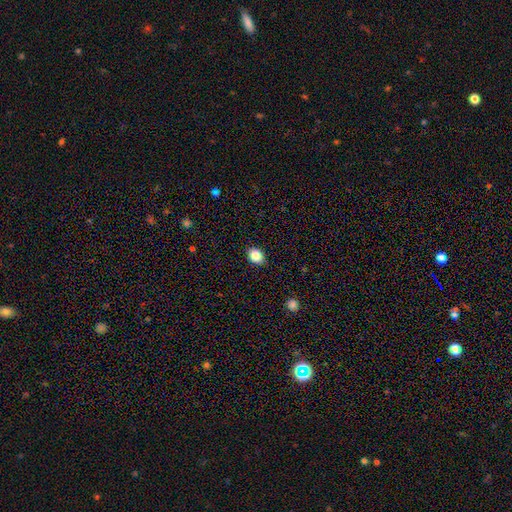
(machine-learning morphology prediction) The model was most divided on "how rounded": in between: 63%, round: 36%, cigar-shaped: 1%. More confident: merging — none (88%); smooth or featured — smooth (85%).